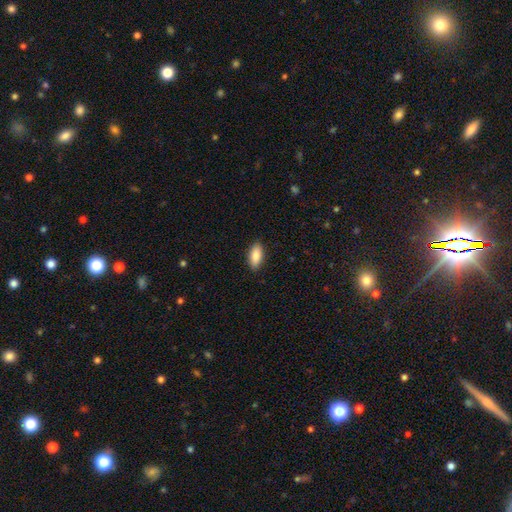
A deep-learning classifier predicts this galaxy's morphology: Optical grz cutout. It shows a smooth galaxy with no disk features (88%) that is in between round and cigar-shaped (86%). Merging: none (89%).